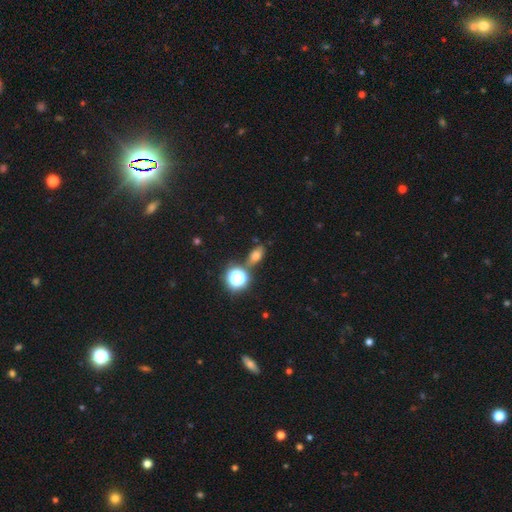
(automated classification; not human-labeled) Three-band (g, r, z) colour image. It shows a smooth galaxy with no disk features (66%) that is in between round and cigar-shaped (74%). Merging: none (73%).